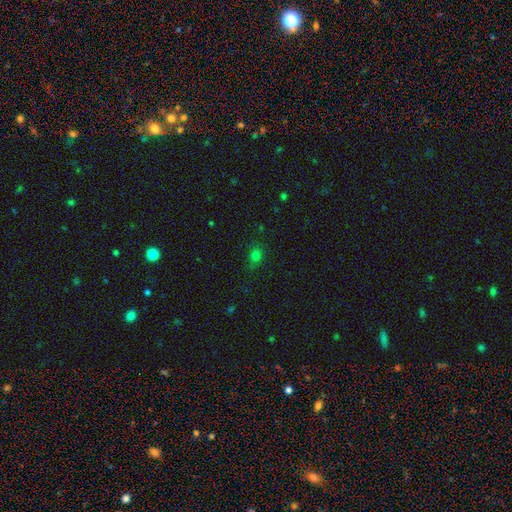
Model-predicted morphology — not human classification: Overall: smooth (73%). How rounded: round (60%; in between 38%). Merging: none (78%).